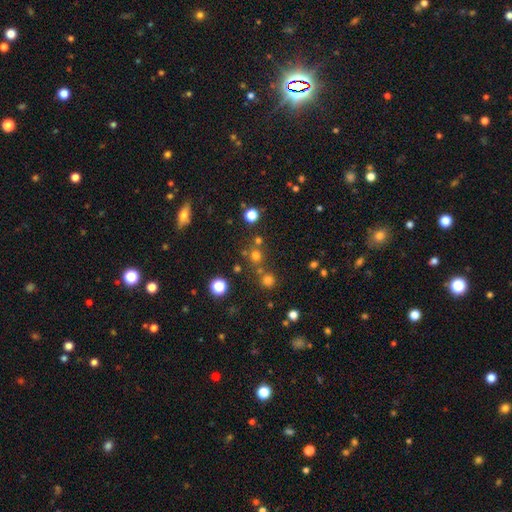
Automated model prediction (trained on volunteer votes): Smooth or featured? Predicted: smooth (p=0.59). How rounded? Predicted: round (p=0.91). Merging? Predicted: none (p=0.68).